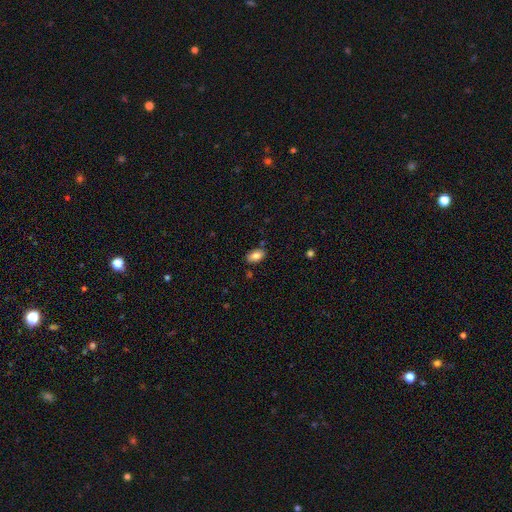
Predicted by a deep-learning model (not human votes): Smooth or featured? smooth (80%)
How rounded? in between (92%)
Merging? none (82%)